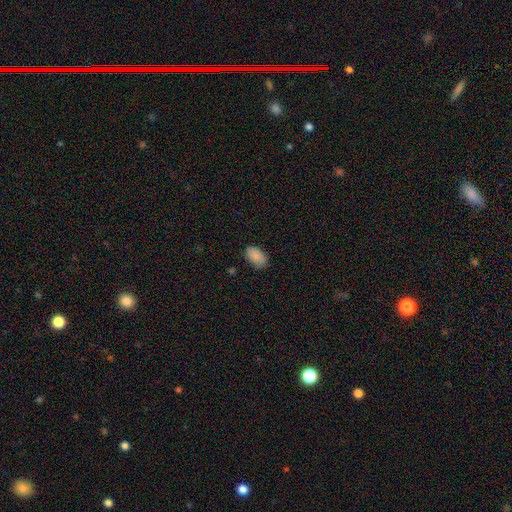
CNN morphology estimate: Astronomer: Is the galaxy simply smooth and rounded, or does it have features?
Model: smooth — 89%.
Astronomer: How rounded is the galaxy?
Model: in between — 92%.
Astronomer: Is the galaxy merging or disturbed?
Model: none — 81%.